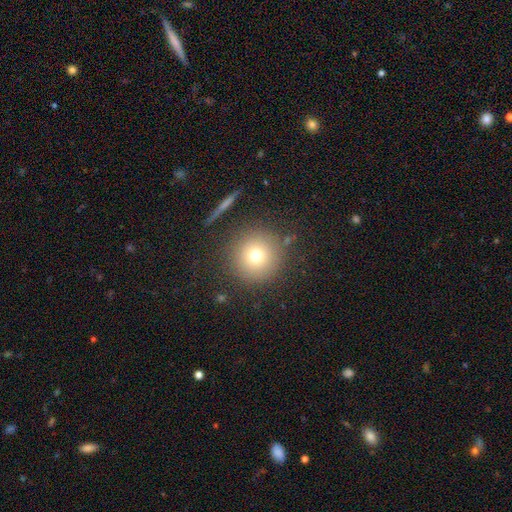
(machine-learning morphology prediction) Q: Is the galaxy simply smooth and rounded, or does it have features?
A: smooth — 71%.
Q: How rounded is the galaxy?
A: round — 96%.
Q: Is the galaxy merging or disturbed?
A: none — 86%.